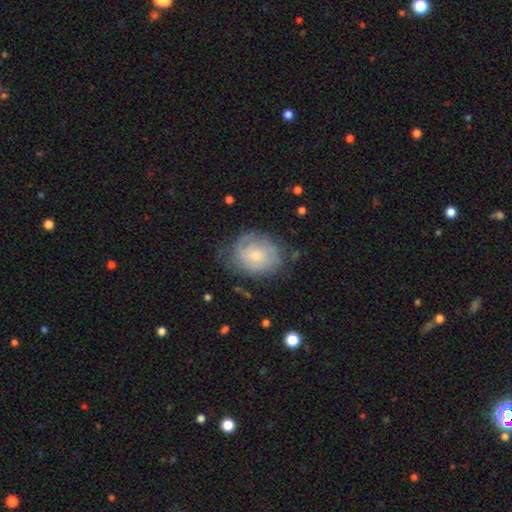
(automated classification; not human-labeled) Morphology: type=featured or disk (52%); edge-on=no (97%); bar=no (78%); spiral arms=yes (77%); bulge=small (52%); merging=none (64%).